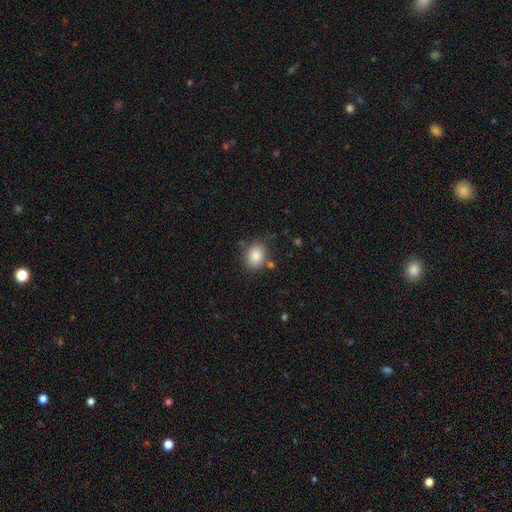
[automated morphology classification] Smooth or featured: smooth — 86% (star or artifact — 8%)
How rounded: in between — 52% (round — 47%)
Merging: none — 77% (minor disturbance — 14%)